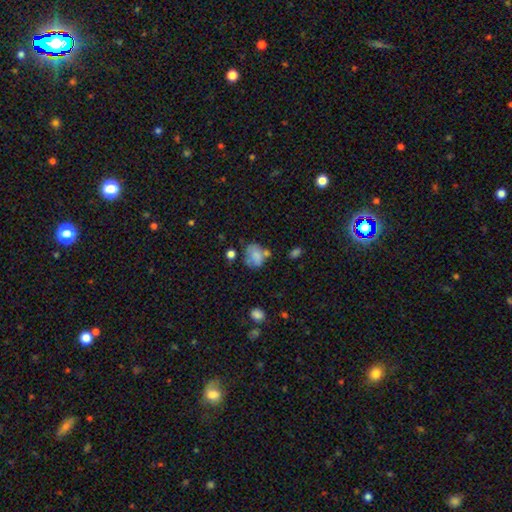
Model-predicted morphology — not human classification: This appears to be a smooth galaxy with no disk features (69%) that is in between round and cigar-shaped (54%). Merging: none (41%).